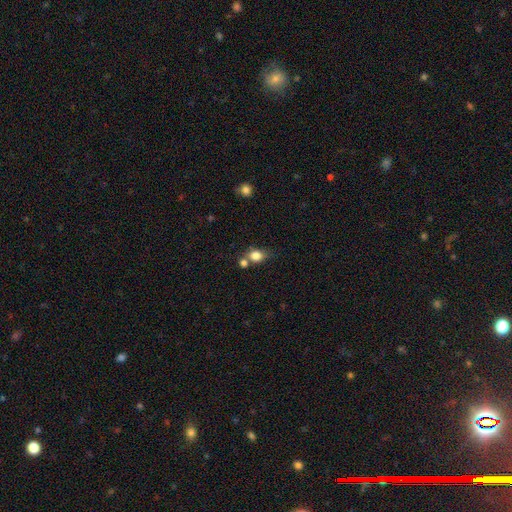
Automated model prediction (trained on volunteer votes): This appears to be a smooth galaxy with no disk features (80%) that is round (52%). Merging: none (47%).